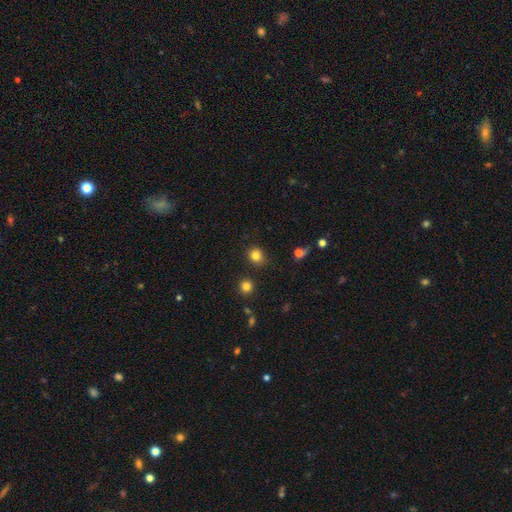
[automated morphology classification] Q: Smooth or featured?
A: smooth (82%); runner-up: star or artifact (13%)
Q: How rounded?
A: round (79%); runner-up: in between (20%)
Q: Merging?
A: none (86%); runner-up: minor disturbance (9%)